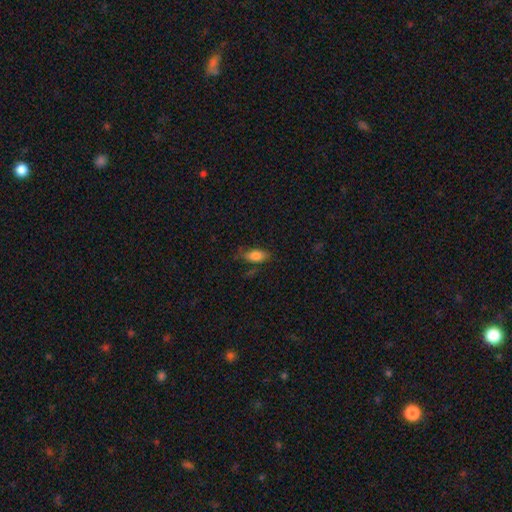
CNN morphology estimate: A smooth galaxy with no disk features (79%) that is in between round and cigar-shaped (84%).

Vote fractions:
- Smooth or featured? smooth: 79% / featured or disk: 12% / star or artifact: 9%
- How rounded? in between: 84% / cigar-shaped: 12% / round: 4%
- Merging? none: 64% / minor disturbance: 25% / major disturbance: 8% / merger: 3%